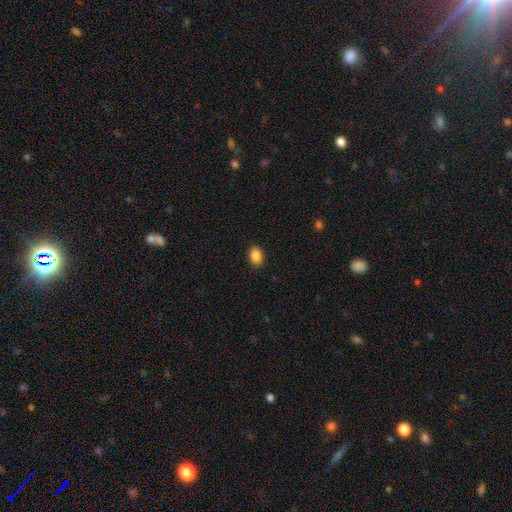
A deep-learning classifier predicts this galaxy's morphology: smooth-or-featured: smooth: 88% | star or artifact: 9% | featured or disk: 3%
  how-rounded: in between: 78% | round: 21% | cigar-shaped: 1%
  merging: none: 90% | minor disturbance: 7% | major disturbance: 2% | merger: 1%